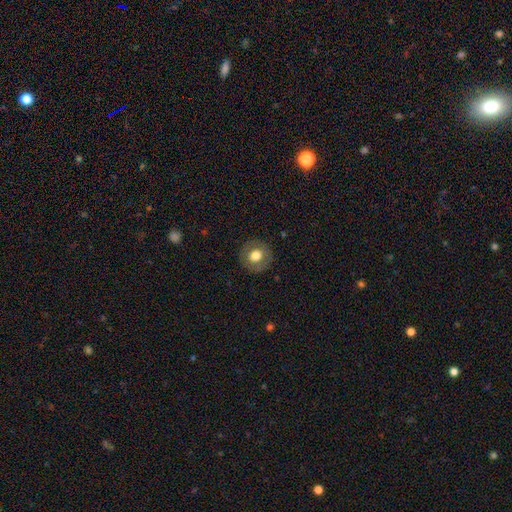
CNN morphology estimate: Q: Smooth or featured?
A: smooth (68%); runner-up: featured or disk (23%)
Q: How rounded?
A: round (89%); runner-up: in between (10%)
Q: Merging?
A: none (88%); runner-up: minor disturbance (8%)